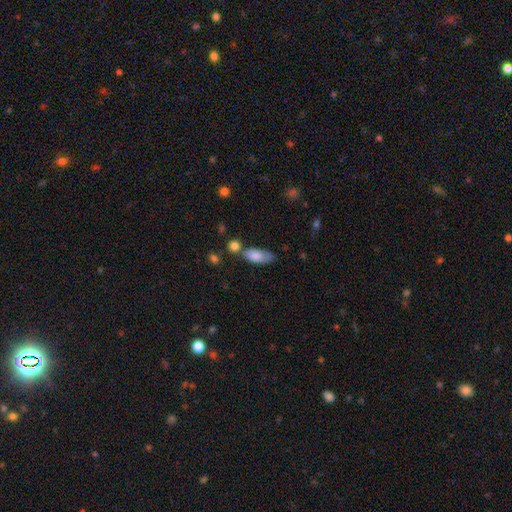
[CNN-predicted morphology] Smooth or featured: smooth — 80% (featured or disk — 13%)
How rounded: in between — 81% (cigar-shaped — 16%)
Merging: none — 48% (minor disturbance — 24%)